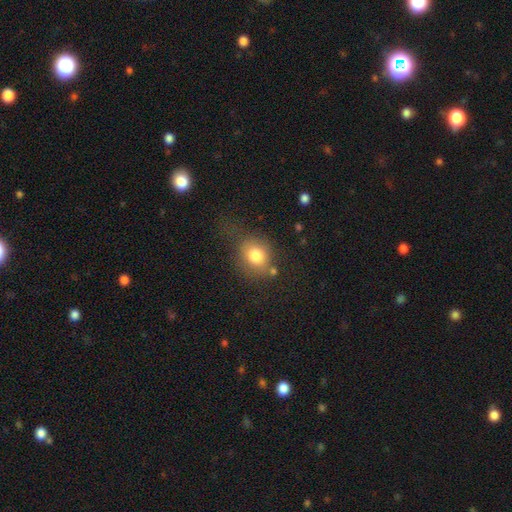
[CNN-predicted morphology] smooth-or-featured: smooth: 79% | featured or disk: 10% | star or artifact: 10%
  how-rounded: round: 66% | in between: 32% | cigar-shaped: 1%
  merging: none: 58% | minor disturbance: 23% | major disturbance: 13% | merger: 6%